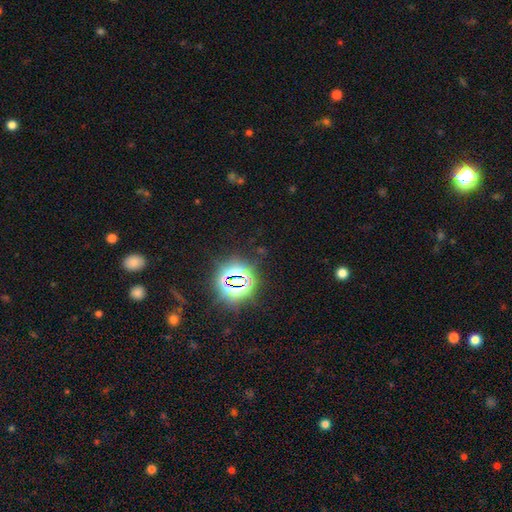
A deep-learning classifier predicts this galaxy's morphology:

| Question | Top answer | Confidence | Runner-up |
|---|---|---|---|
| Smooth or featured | star or artifact | 77% | smooth (15%) |